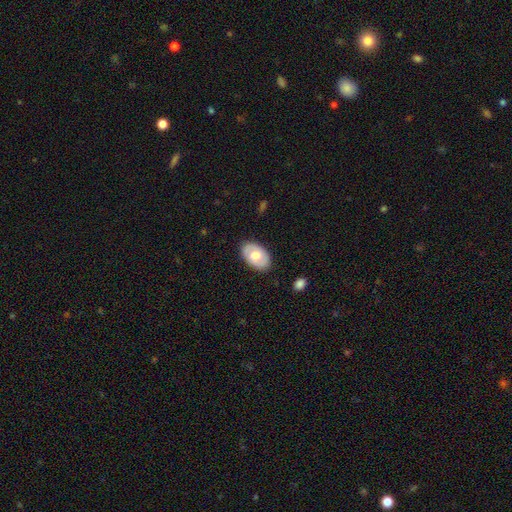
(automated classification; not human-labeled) A smooth galaxy with no disk features (60%) that is in between round and cigar-shaped (89%). Merging: none (85%).